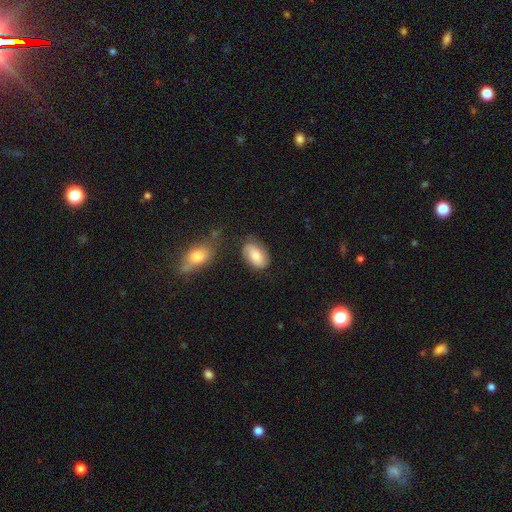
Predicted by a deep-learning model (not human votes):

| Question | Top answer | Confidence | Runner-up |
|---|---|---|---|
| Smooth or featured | smooth | 73% | featured or disk (20%) |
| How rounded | in between | 91% | round (7%) |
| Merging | none | 69% | minor disturbance (21%) |